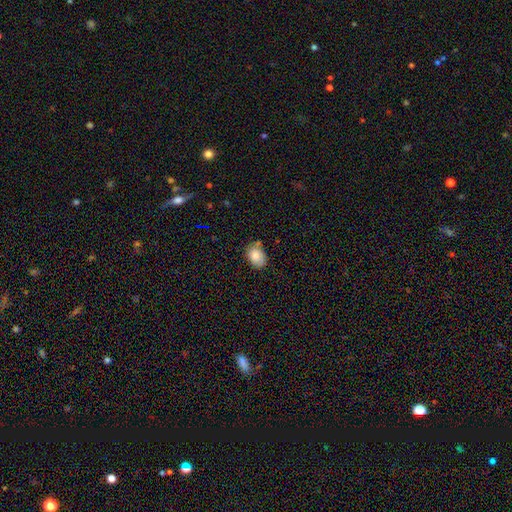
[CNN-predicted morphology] Smooth or featured?
  - smooth: 84% *
  - star or artifact: 8%
  - featured or disk: 8%
How rounded?
  - in between: 72% *
  - round: 27%
  - cigar-shaped: 1%
Merging?
  - none: 66% *
  - minor disturbance: 24%
  - merger: 6%
  - major disturbance: 4%